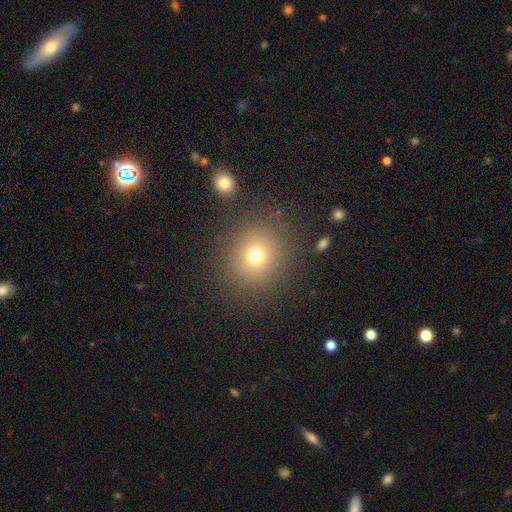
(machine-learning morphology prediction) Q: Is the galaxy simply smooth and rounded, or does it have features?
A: smooth — 72%.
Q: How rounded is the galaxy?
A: round — 86%.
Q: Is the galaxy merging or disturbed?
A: none — 85%.